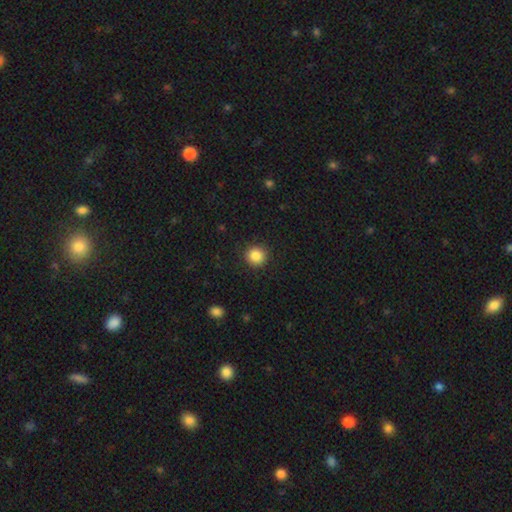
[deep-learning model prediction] A smooth galaxy with no disk features (86%) that is round (94%).

Vote fractions:
- Smooth or featured? smooth: 86% / star or artifact: 10% / featured or disk: 4%
- How rounded? round: 94% / in between: 5% / cigar-shaped: 1%
- Merging? none: 91% / minor disturbance: 6% / major disturbance: 2% / merger: 1%